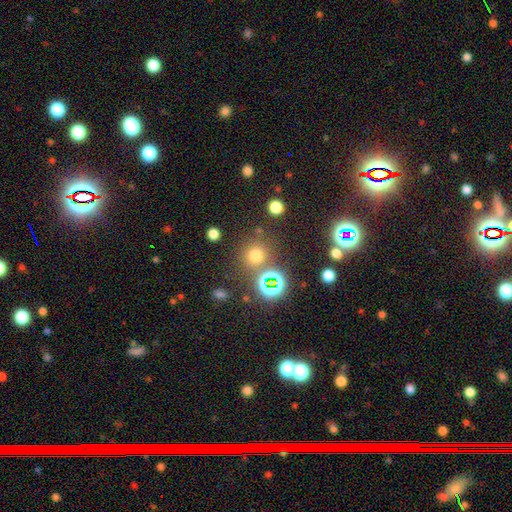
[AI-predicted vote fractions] This is likely a smooth galaxy (65%). How rounded: clearly round (91%). Merging: likely none (76%).